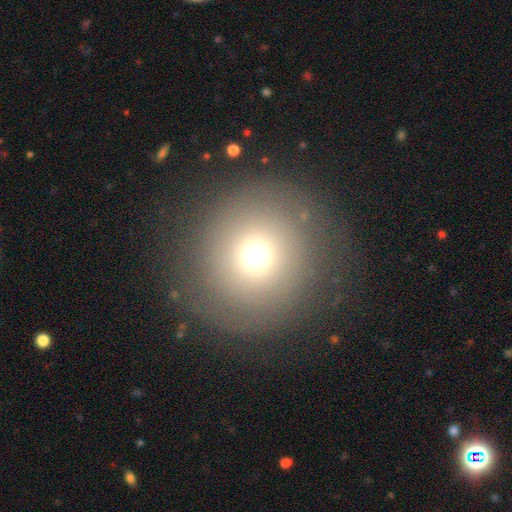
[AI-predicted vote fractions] This appears to be a smooth galaxy with no disk features (67%) that is round (93%). Merging: none (79%).